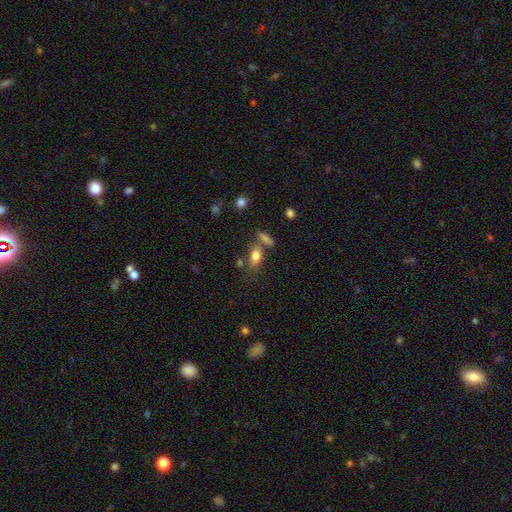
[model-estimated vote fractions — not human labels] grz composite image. It shows a smooth galaxy with no disk features (77%) that is in between round and cigar-shaped (79%). Merging: none (58%).